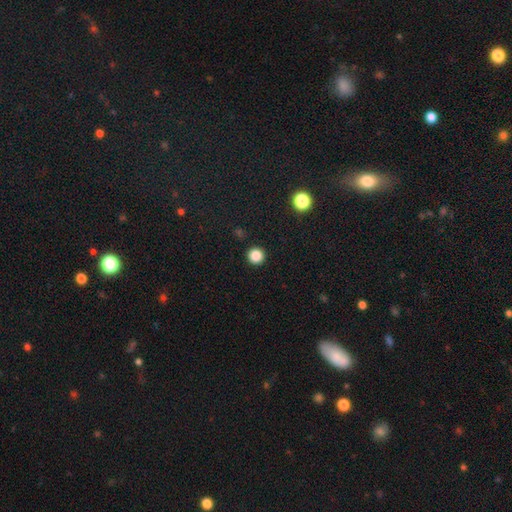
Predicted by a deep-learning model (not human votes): A smooth galaxy with no disk features (86%) that is round (96%). Merging: none (93%).